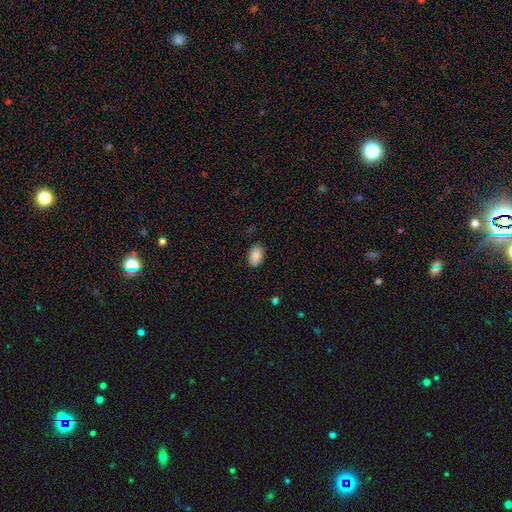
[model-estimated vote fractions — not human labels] A smooth galaxy with no disk features (87%) that is in between round and cigar-shaped (92%). Merging: none (84%).